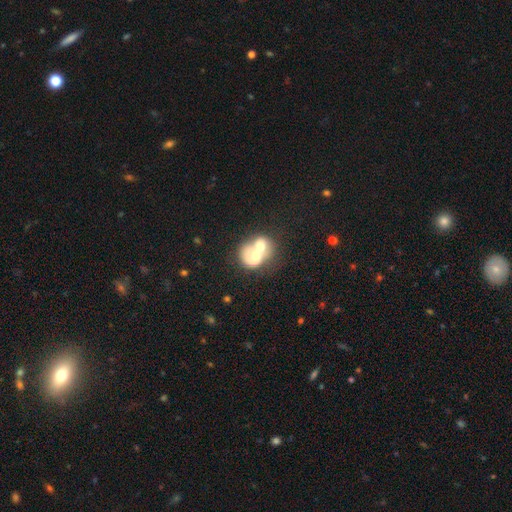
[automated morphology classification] Overall: smooth (50%; featured or disk 43%). How rounded: round (53%; in between 46%). Merging: merger (78%).